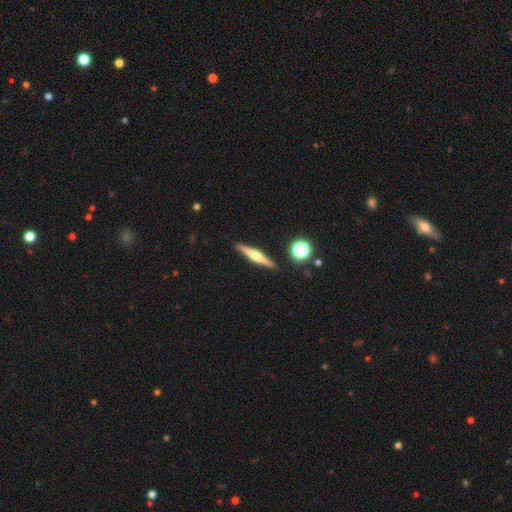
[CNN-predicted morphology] Smooth or featured: featured or disk — 64% (smooth — 29%)
Edge-on disk: yes — 97% (no — 3%)
Edge-on bulge: rounded — 83% (boxy — 10%)
Merging: none — 89% (minor disturbance — 7%)